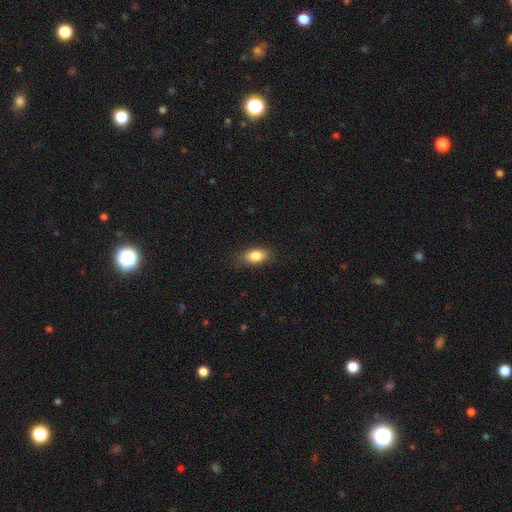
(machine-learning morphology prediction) This appears to be a smooth galaxy with no disk features (85%) that is in between round and cigar-shaped (88%). Merging: none (83%).